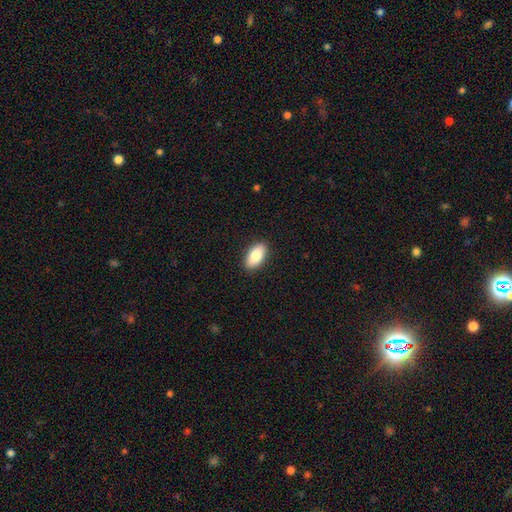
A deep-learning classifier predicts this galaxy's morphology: This is clearly a smooth galaxy (85%). How rounded: clearly in between (93%). Merging: clearly none (90%).